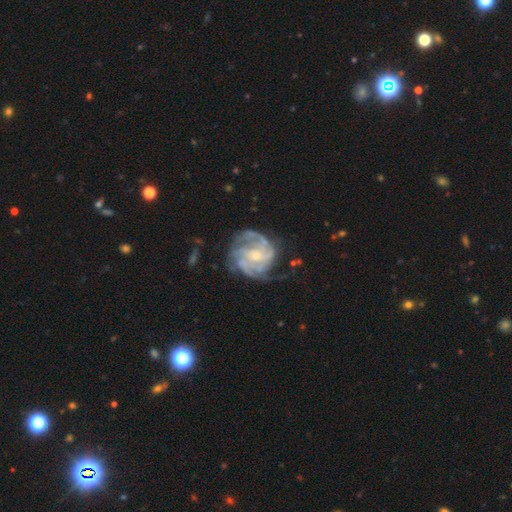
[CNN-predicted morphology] This appears to be a featured or disk galaxy (88%) with no bar (56%), 3 (28%) tight (50%) spiral arms (96%) and a small central bulge (66%). Merging: none (65%).